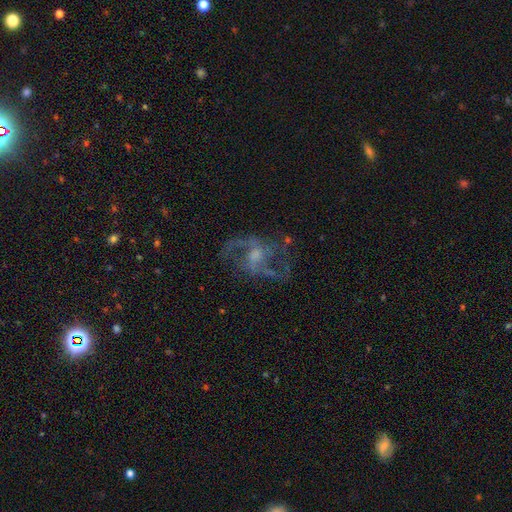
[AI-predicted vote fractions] smooth-or-featured: featured or disk: 81% | smooth: 10% | star or artifact: 9%
  disk-edge-on: no: 97% | yes: 3%
    bar: no: 47% | weak: 43% | strong: 10%
    has-spiral-arms: yes: 85% | no: 15%
      spiral-winding: loose: 50% | medium: 42% | tight: 8%
      spiral-arm-count: 2: 76% | can't tell: 10% | 3: 6% | 1: 4% | 4: 2% | more than 4: 2%
    bulge-size: moderate: 41% | small: 32% | none: 18% | large: 8% | dominant: 1%
  merging: none: 59% | major disturbance: 22% | minor disturbance: 16% | merger: 3%